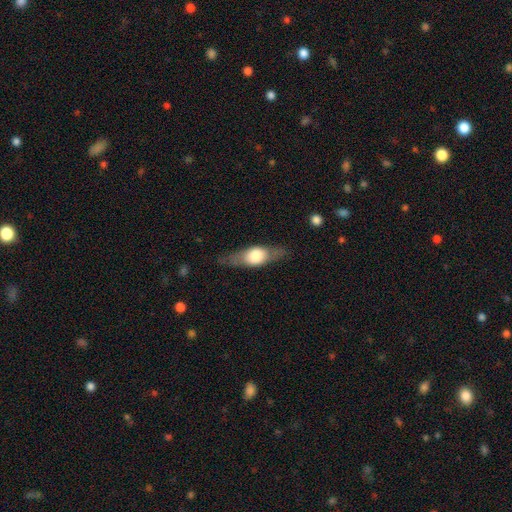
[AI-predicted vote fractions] The model was most divided on "smooth or featured": featured or disk: 49%, smooth: 44%, star or artifact: 6%. More confident: merging — none (77%).